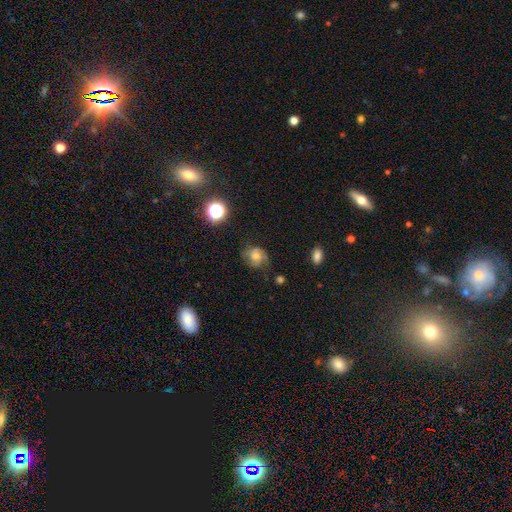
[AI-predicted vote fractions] Smooth or featured? Predicted: smooth (p=0.47). Merging? Predicted: none (p=0.60).